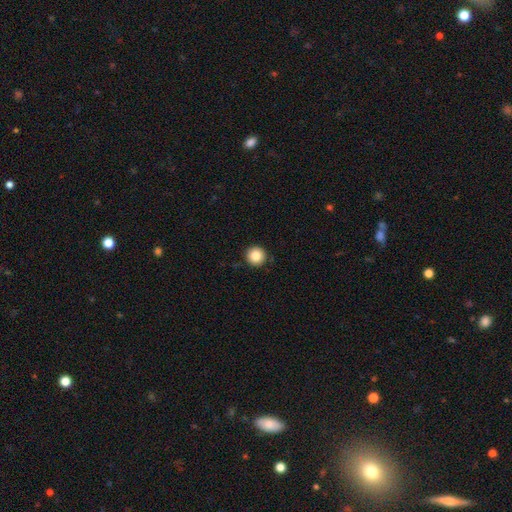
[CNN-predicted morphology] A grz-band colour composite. It shows a smooth galaxy with no disk features (85%) that is round (96%). Merging: none (92%).